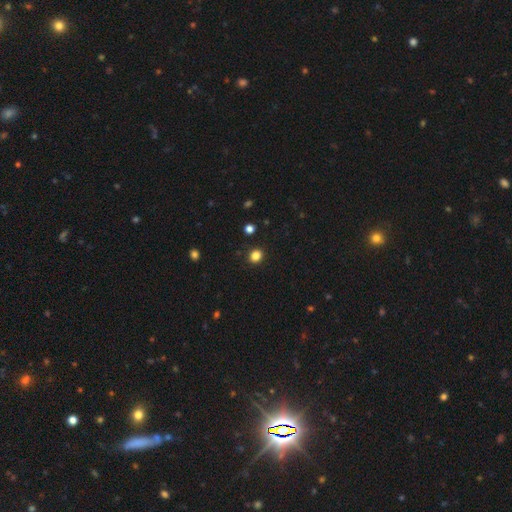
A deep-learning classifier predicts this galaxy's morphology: smooth-or-featured: smooth: 84% | star or artifact: 12% | featured or disk: 4%
  how-rounded: round: 83% | in between: 16% | cigar-shaped: 1%
  merging: none: 91% | minor disturbance: 6% | major disturbance: 2% | merger: 1%